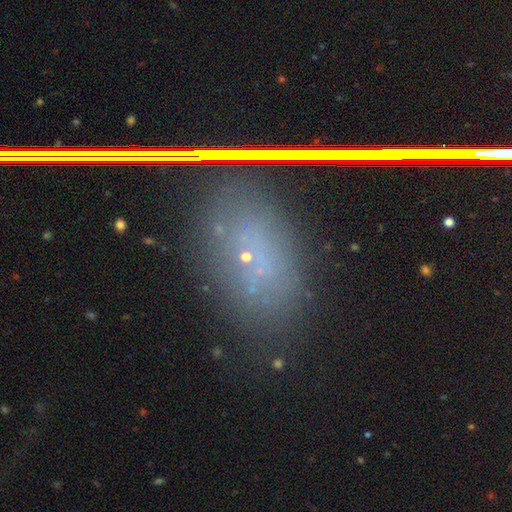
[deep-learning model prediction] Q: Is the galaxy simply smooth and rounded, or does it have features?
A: star or artifact — 41%.